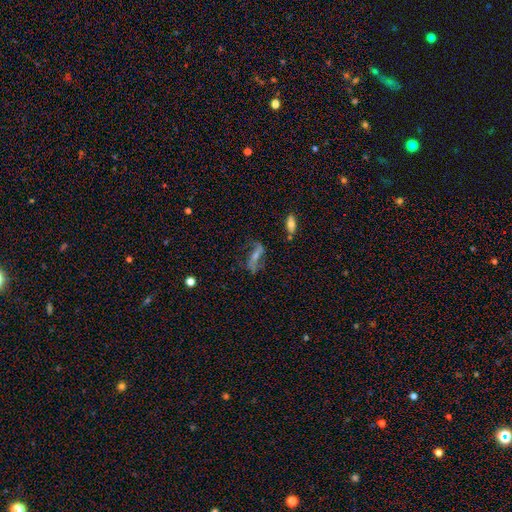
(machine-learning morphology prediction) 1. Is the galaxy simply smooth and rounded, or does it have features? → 62% featured or disk, 26% smooth, 12% star or artifact.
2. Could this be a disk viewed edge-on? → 82% no, 18% yes.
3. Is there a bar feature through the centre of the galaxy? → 36% no, 33% weak, 32% strong.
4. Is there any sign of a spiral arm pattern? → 69% yes, 31% no.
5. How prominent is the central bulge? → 45% small, 32% moderate, 17% none, 5% large, 2% dominant.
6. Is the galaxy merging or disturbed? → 52% none, 22% major disturbance, 21% minor disturbance, 6% merger.